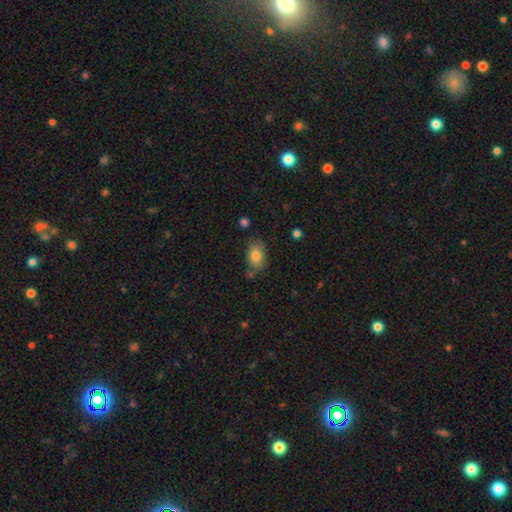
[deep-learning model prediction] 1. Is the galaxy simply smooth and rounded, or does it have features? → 81% smooth, 10% featured or disk, 9% star or artifact.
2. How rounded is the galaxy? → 83% in between, 16% round, 2% cigar-shaped.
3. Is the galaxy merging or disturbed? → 70% none, 19% minor disturbance, 6% merger, 5% major disturbance.